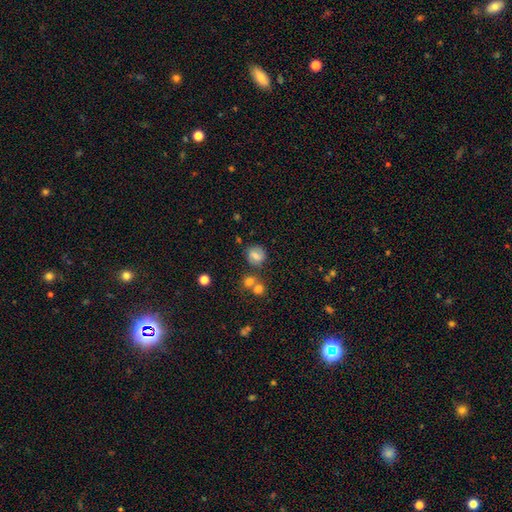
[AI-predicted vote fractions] A smooth galaxy with no disk features (67%) that is round (76%). Merging: none (67%).